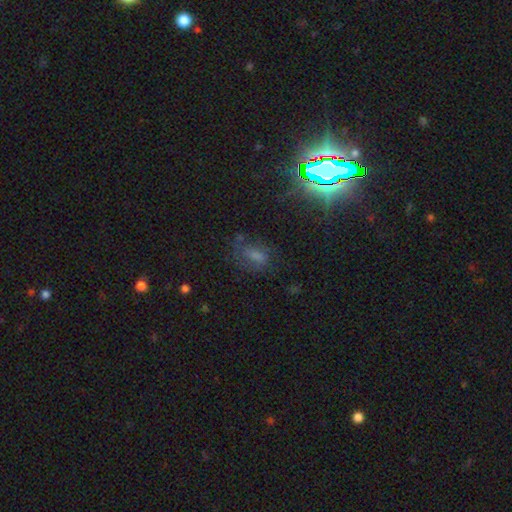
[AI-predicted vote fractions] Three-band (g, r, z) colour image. It shows a star or artifact, not a galaxy (45%).